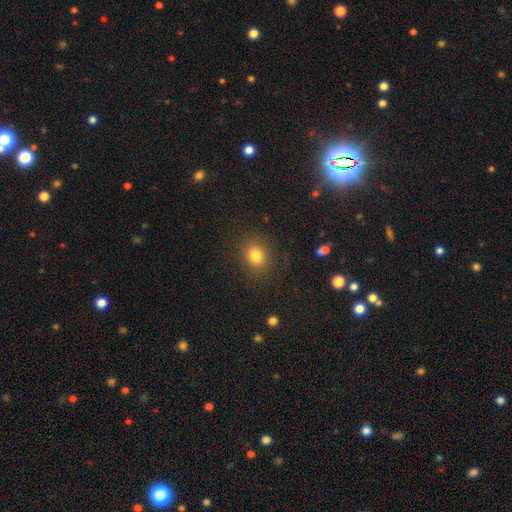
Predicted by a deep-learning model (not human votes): The model was most divided on "how rounded": round: 68%, in between: 31%, cigar-shaped: 1%. More confident: merging — none (86%); smooth or featured — smooth (81%).